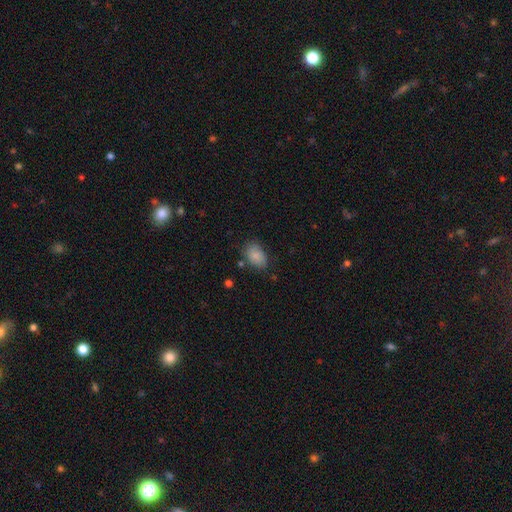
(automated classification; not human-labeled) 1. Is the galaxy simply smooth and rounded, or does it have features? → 86% smooth, 8% star or artifact, 6% featured or disk.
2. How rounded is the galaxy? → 86% in between, 13% round, 1% cigar-shaped.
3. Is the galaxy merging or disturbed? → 72% none, 20% minor disturbance, 5% major disturbance, 3% merger.